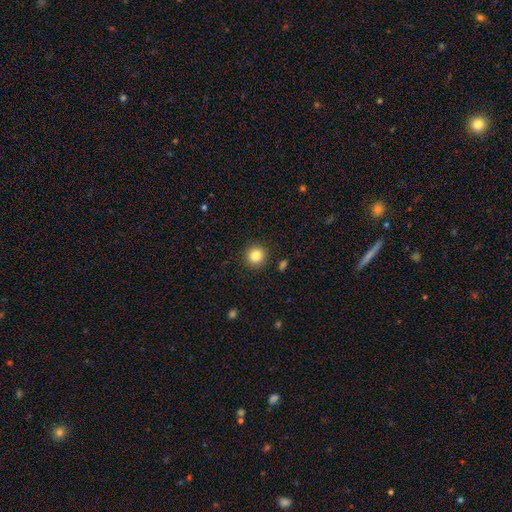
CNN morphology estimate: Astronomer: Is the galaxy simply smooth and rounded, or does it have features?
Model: smooth — 84%.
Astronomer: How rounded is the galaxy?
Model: round — 93%.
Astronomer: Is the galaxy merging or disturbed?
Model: none — 91%.